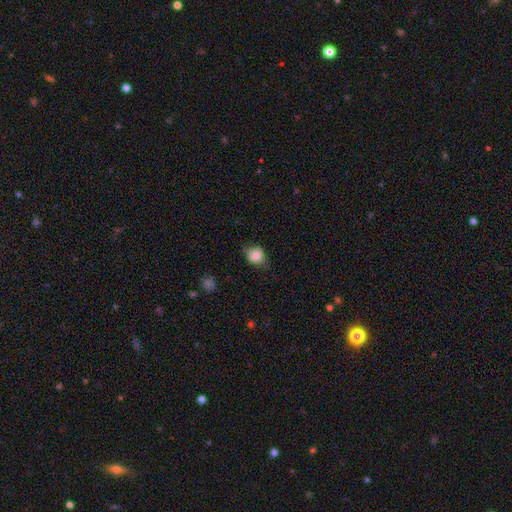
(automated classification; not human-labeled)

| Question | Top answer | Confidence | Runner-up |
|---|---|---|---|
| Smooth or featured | smooth | 76% | featured or disk (15%) |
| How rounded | round | 61% | in between (38%) |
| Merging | none | 67% | minor disturbance (25%) |